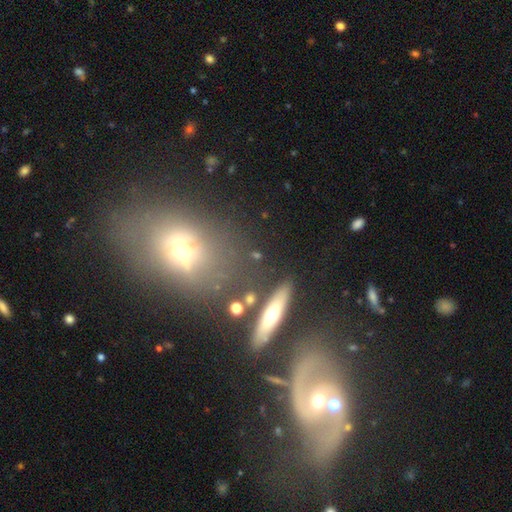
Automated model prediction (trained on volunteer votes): Smooth or featured? smooth (51%)
How rounded? round (40%)
Merging? none (70%)